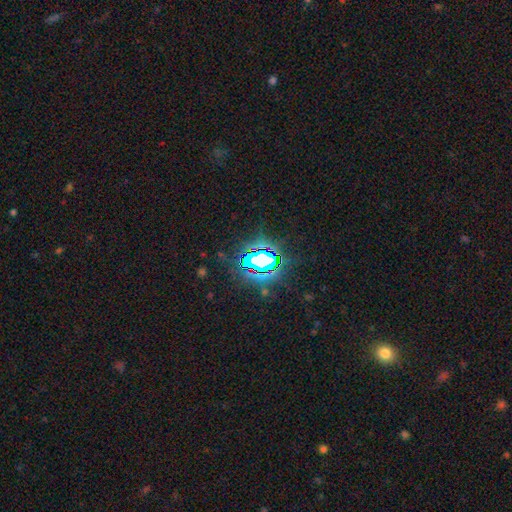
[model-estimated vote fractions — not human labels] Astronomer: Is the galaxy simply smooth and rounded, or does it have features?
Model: star or artifact — 74%.